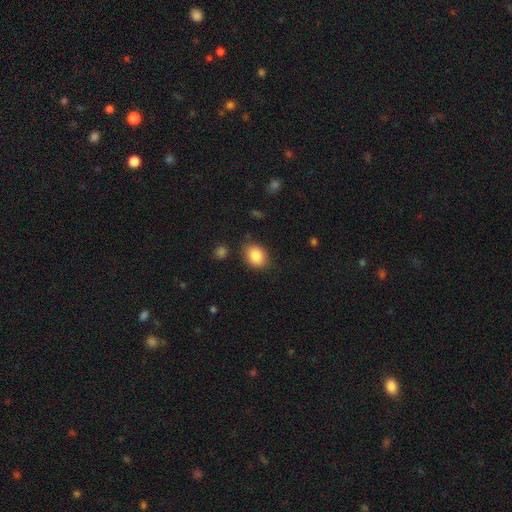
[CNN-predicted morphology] Overall: smooth (85%). How rounded: in between (62%; round 37%). Merging: none (81%).